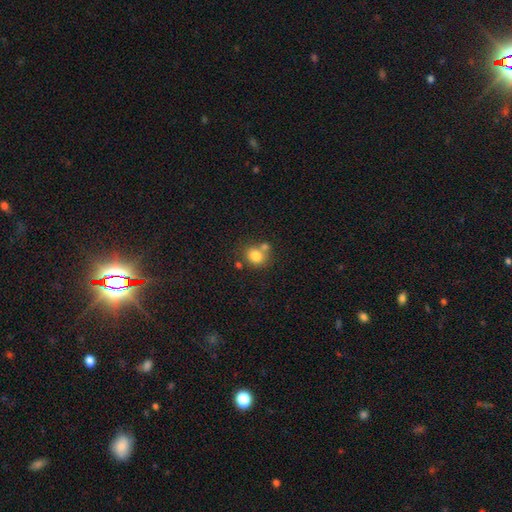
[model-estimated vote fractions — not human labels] Overall: smooth (81%). How rounded: round (70%). Merging: none (55%; merger 29%).